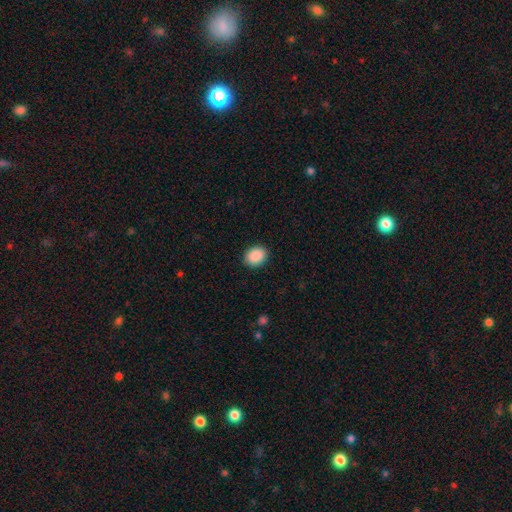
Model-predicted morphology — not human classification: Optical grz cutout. It shows a smooth galaxy with no disk features (90%) that is in between round and cigar-shaped (55%). Merging: none (90%).